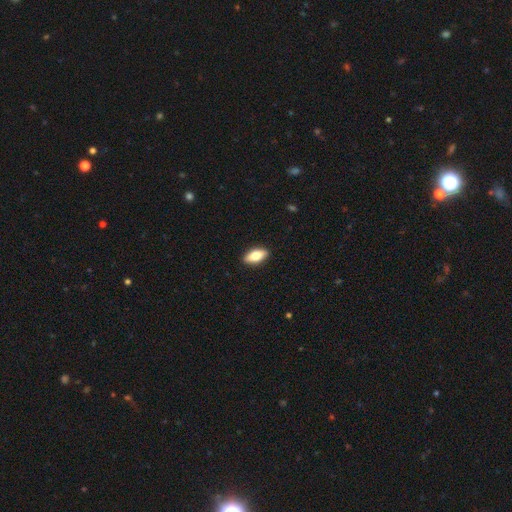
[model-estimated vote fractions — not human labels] Smooth or featured: smooth — 75% (featured or disk — 19%)
How rounded: in between — 85% (cigar-shaped — 12%)
Merging: none — 90% (minor disturbance — 7%)